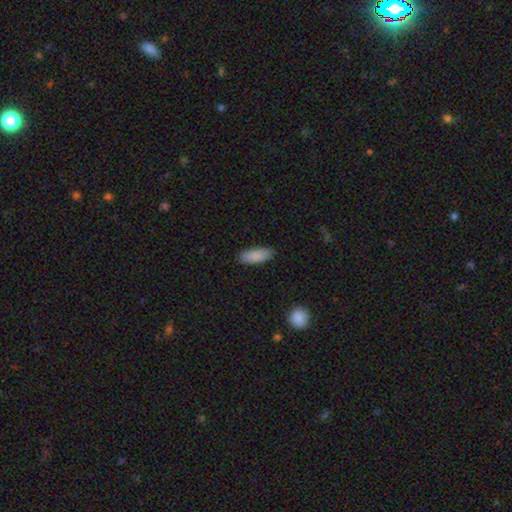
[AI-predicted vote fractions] smooth_or_featured: smooth (p=0.88) [alt: featured or disk p=0.06]
how_rounded: in between (p=0.81) [alt: cigar-shaped p=0.18]
merging: none (p=0.86) [alt: minor disturbance p=0.10]